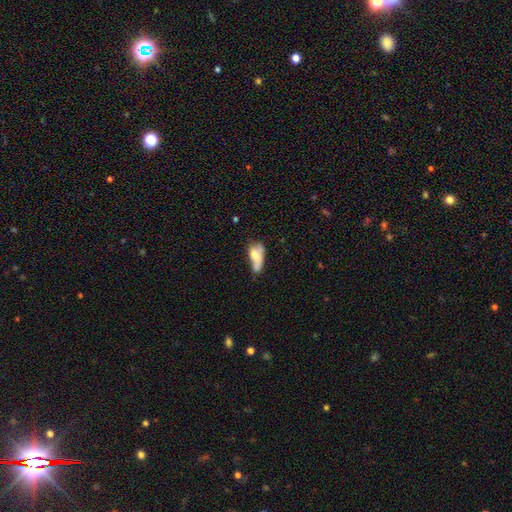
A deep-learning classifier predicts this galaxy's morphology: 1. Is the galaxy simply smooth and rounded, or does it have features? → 62% smooth, 29% featured or disk, 9% star or artifact.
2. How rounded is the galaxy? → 79% in between, 14% cigar-shaped, 7% round.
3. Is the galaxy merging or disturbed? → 26% major disturbance (tied), 26% minor disturbance (tied), 24% merger, 24% none.